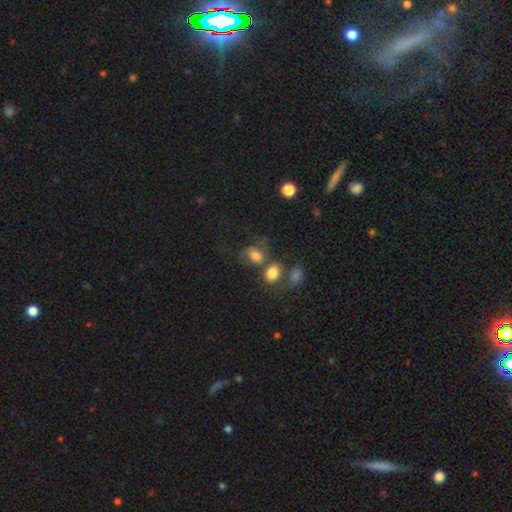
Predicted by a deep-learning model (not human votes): Morphology: type=smooth (74%); roundness=in between (59%); merging=merger (35%).